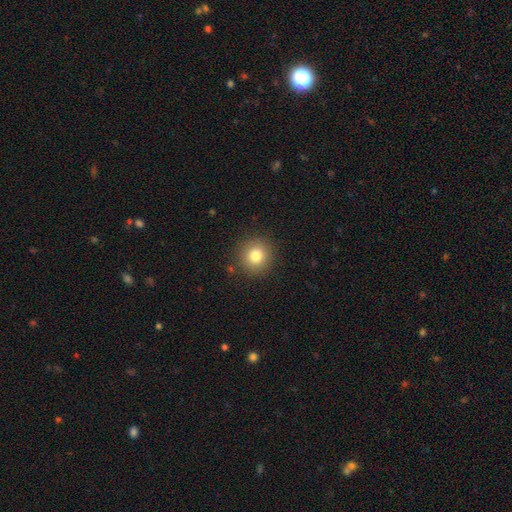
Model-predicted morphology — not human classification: Smooth or featured? Predicted: smooth (p=0.81). How rounded? Predicted: round (p=0.92). Merging? Predicted: none (p=0.89).